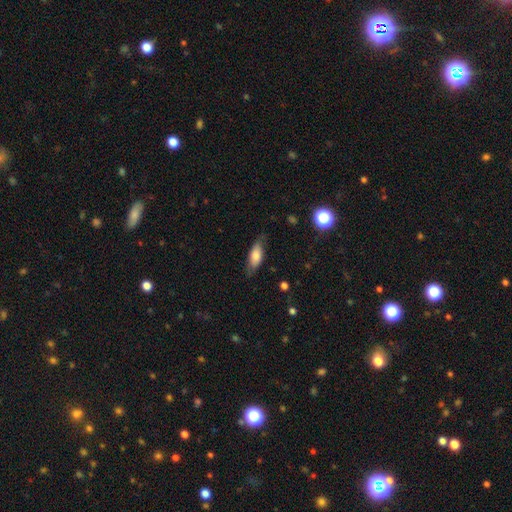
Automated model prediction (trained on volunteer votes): Morphology: type=smooth (73%); roundness=in between (77%); merging=none (72%).